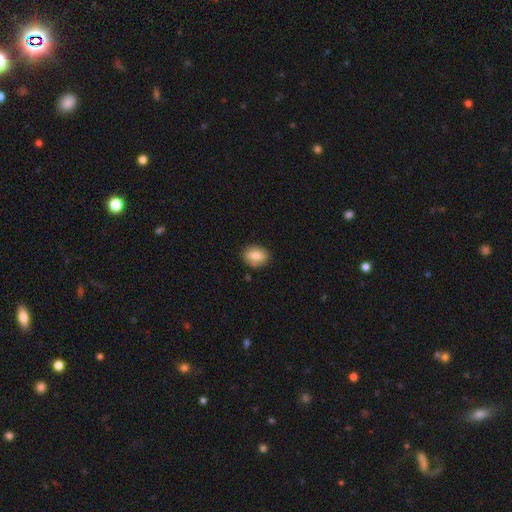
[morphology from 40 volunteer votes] Smooth or featured: smooth — 90% (star or artifact — 10%)
How rounded: round — 58% (in between — 42%)
Merging: none — 92% (minor disturbance — 8%)